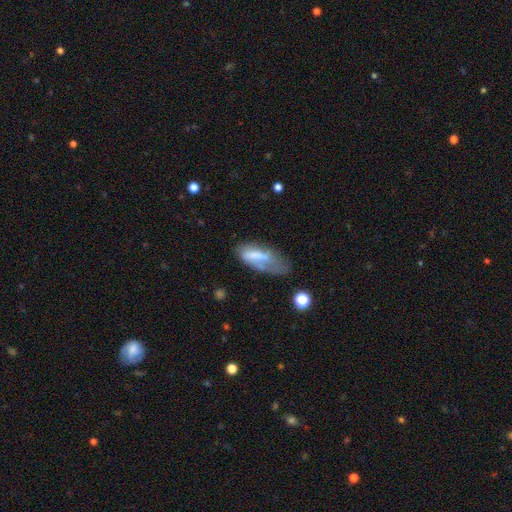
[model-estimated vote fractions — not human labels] Smooth or featured: smooth — 56% (featured or disk — 34%)
How rounded: in between — 66% (cigar-shaped — 32%)
Merging: none — 34% (minor disturbance — 33%)